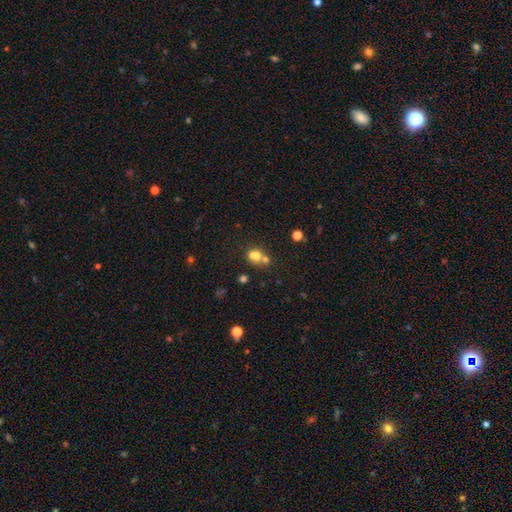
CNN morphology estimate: Smooth or featured: smooth — 70% (star or artifact — 15%)
How rounded: round — 64% (in between — 35%)
Merging: merger — 52% (none — 35%)